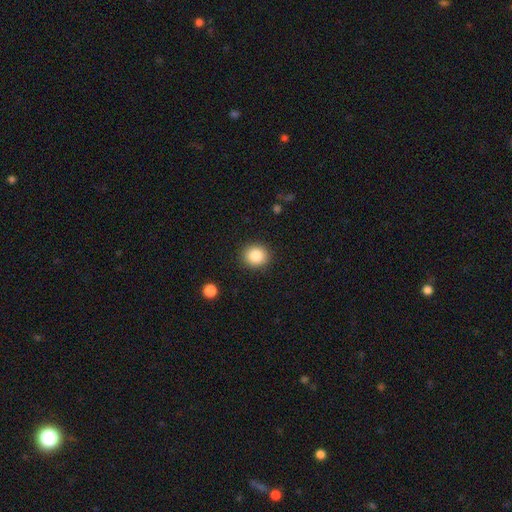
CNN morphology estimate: The model was most divided on "how rounded": round: 82%, in between: 17%, cigar-shaped: 1%. More confident: merging — none (90%); smooth or featured — smooth (85%).